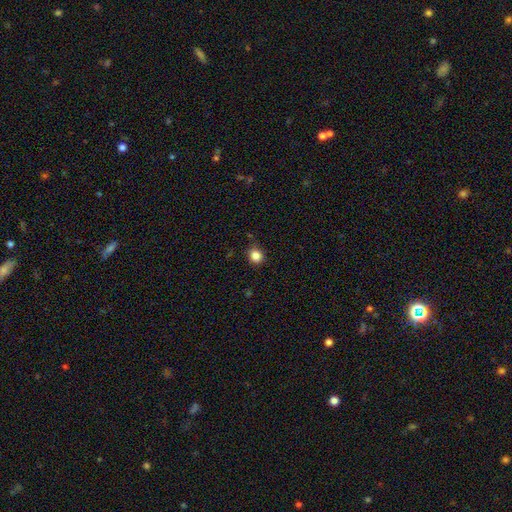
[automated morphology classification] smooth_or_featured: smooth (p=0.84) [alt: star or artifact p=0.12]
how_rounded: round (p=0.84) [alt: in between p=0.15]
merging: none (p=0.85) [alt: minor disturbance p=0.11]